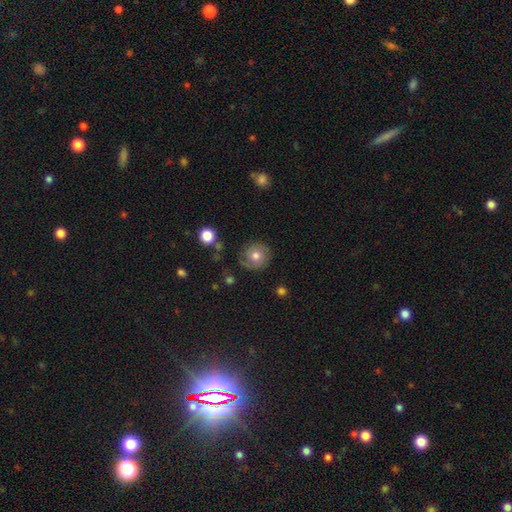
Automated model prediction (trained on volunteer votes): Q: Smooth or featured?
A: smooth (58%); runner-up: featured or disk (32%)
Q: How rounded?
A: round (90%); runner-up: in between (9%)
Q: Merging?
A: none (76%); runner-up: minor disturbance (16%)